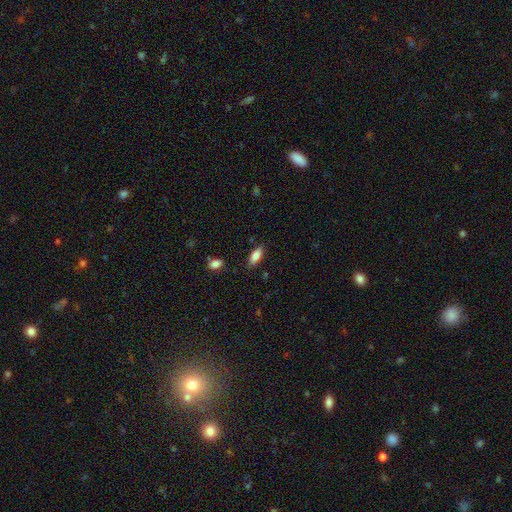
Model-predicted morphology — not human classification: Overall: smooth (83%). How rounded: in between (80%). Merging: none (83%).